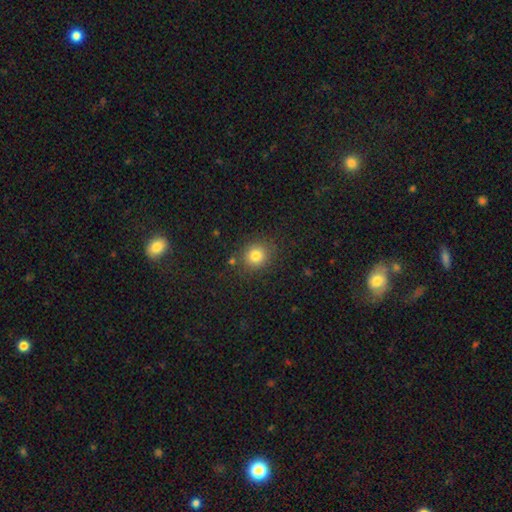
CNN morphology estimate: The model was most divided on "how rounded": round: 83%, in between: 16%, cigar-shaped: 1%. More confident: merging — none (84%); smooth or featured — smooth (81%).